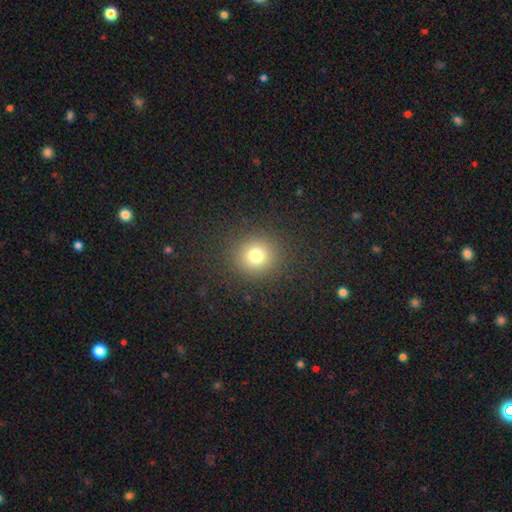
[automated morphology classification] A smooth galaxy with no disk features (76%) that is round (92%). Merging: none (90%).